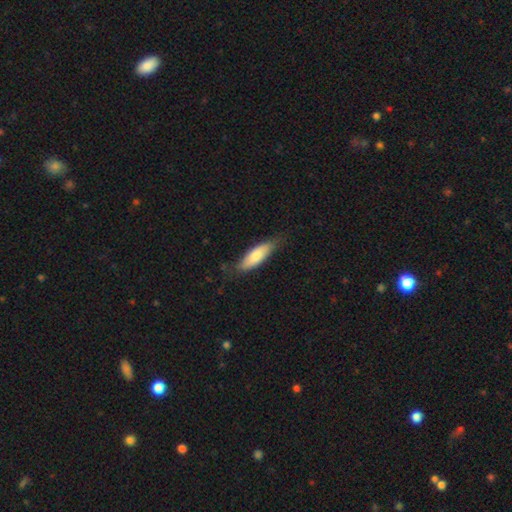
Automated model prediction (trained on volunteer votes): Overall: smooth (75%). How rounded: in between (60%; cigar-shaped 39%). Merging: none (71%).